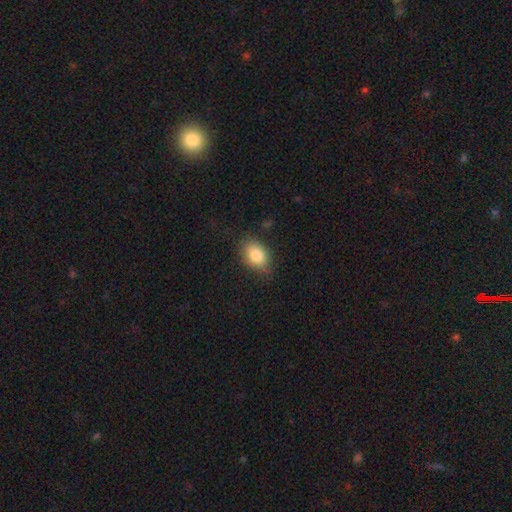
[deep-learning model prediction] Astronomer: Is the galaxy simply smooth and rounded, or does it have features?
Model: smooth — 82%.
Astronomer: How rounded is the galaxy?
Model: in between — 77%.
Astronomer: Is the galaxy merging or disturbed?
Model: none — 75%.